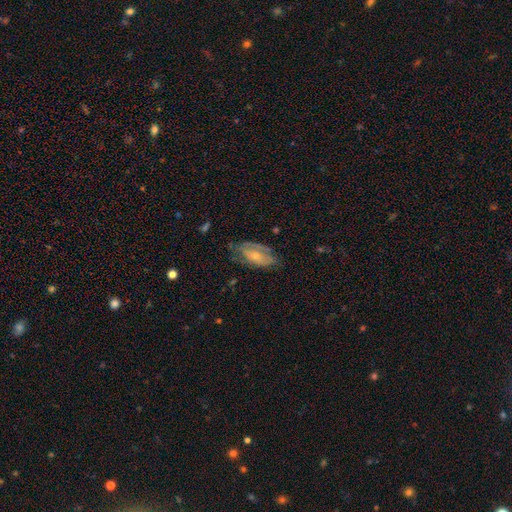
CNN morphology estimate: smooth_or_featured: featured or disk (p=0.54) [alt: smooth p=0.39]
disk_edge_on: no (p=0.89) [alt: yes p=0.11]
merging: none (p=0.56) [alt: minor disturbance p=0.29]